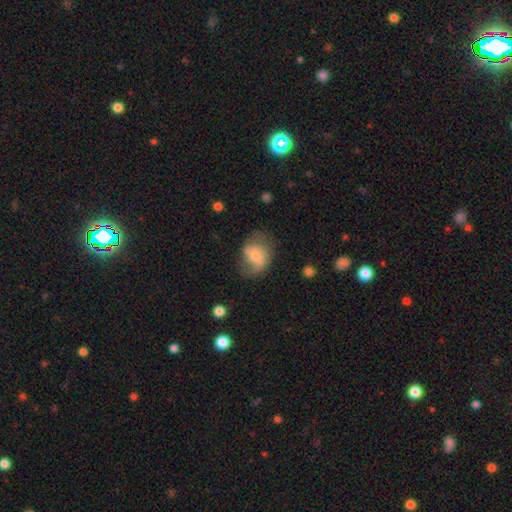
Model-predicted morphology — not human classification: This is possibly a smooth galaxy (51%). How rounded: possibly in between (57%). Merging: marginally none (43%).